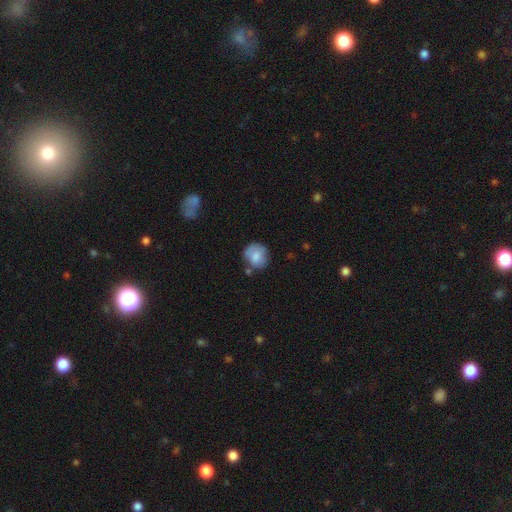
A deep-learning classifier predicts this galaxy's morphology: The model was most divided on "merging": none: 61%, minor disturbance: 24%, merger: 8%, major disturbance: 7%. More confident: how rounded — round (79%); smooth or featured — smooth (74%).